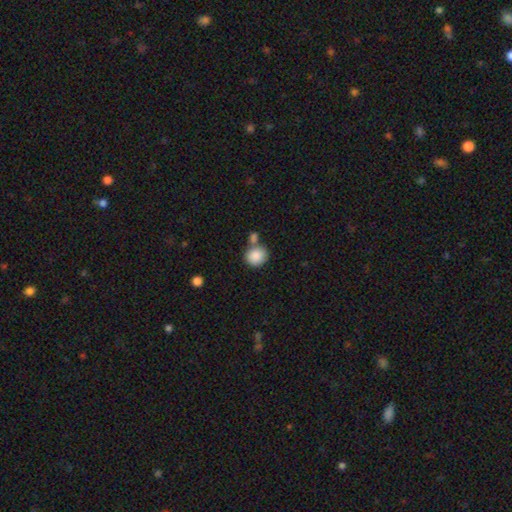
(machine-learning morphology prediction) smooth 88%, star or artifact 8%, featured or disk 5%. Down the decision tree: how rounded — round (81%); merging — none (56%).